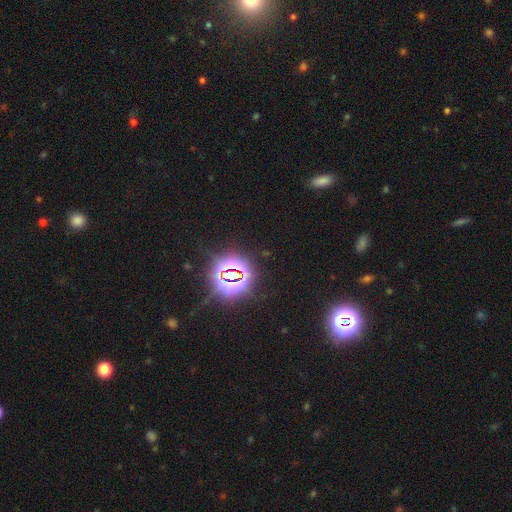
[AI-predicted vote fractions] Smooth or featured: star or artifact — 79% (smooth — 14%)